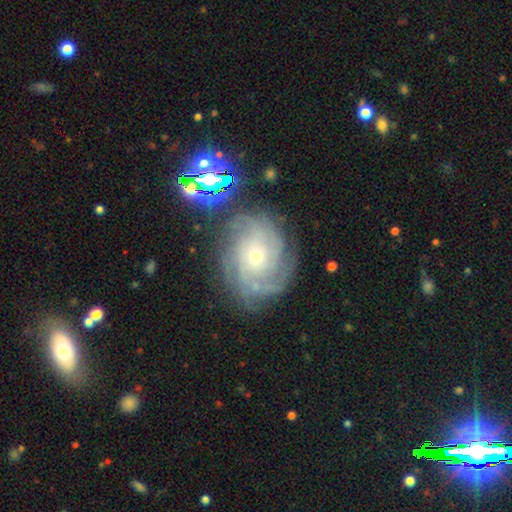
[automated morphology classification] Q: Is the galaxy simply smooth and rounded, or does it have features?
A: featured or disk — 82%.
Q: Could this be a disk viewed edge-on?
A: no — 97%.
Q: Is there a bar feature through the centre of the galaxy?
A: no — 77%.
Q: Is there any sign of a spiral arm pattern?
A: yes — 95%.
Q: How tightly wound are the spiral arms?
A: tight — 68%.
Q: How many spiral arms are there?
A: can't tell — 32%.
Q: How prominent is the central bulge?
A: small — 65%.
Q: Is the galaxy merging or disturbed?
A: none — 75%.